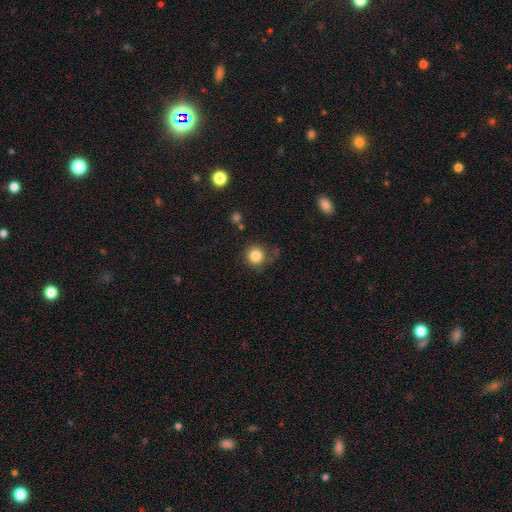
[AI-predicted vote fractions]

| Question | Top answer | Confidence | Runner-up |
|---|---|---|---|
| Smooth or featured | smooth | 83% | star or artifact (11%) |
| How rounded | round | 93% | in between (6%) |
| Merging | none | 80% | minor disturbance (12%) |